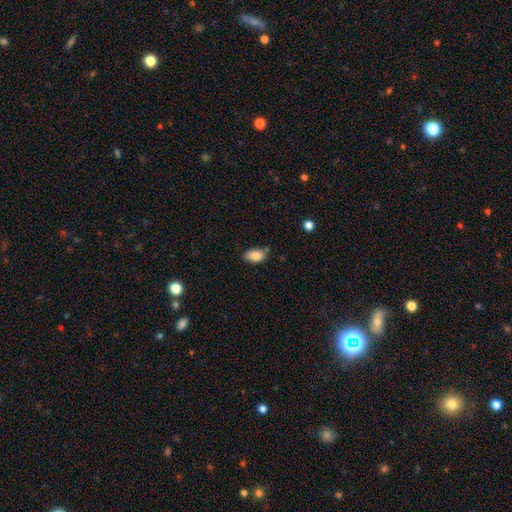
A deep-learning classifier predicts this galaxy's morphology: Smooth or featured: smooth — 85% (star or artifact — 8%)
How rounded: in between — 91% (round — 7%)
Merging: none — 64% (minor disturbance — 26%)